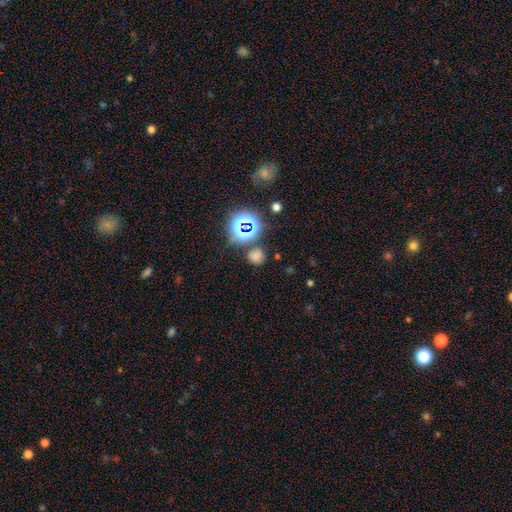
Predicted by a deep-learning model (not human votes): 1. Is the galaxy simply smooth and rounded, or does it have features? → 62% smooth, 32% star or artifact, 6% featured or disk.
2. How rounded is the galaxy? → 85% round, 14% in between, 1% cigar-shaped.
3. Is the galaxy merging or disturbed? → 76% none, 12% minor disturbance, 7% merger, 5% major disturbance.